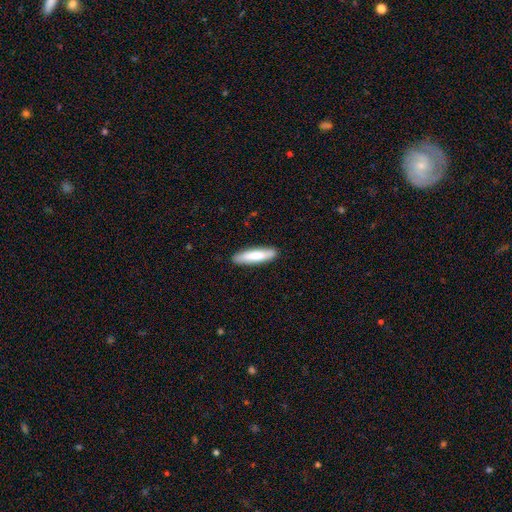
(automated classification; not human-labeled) Morphology: type=smooth (75%); roundness=cigar-shaped (75%); merging=none (89%).